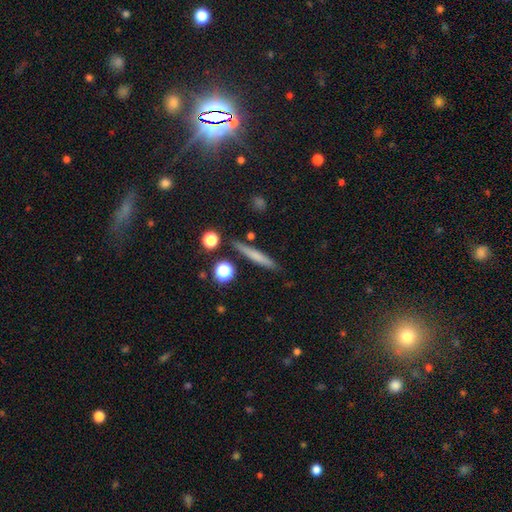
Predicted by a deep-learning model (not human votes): A smooth galaxy with no disk features (60%) that is cigar-shaped (90%). Merging: none (84%).